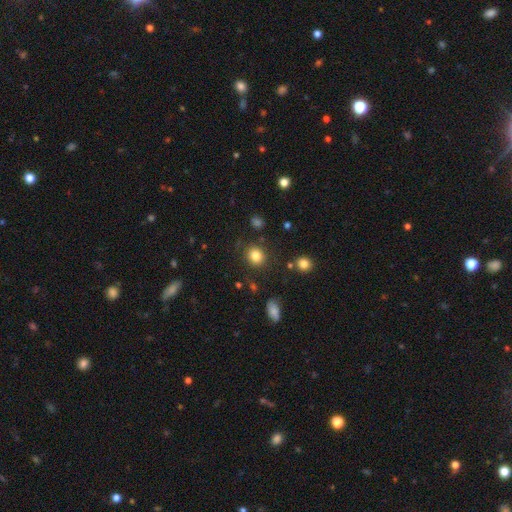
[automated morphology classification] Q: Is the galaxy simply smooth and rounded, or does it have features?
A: smooth — 83%.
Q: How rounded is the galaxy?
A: round — 76%.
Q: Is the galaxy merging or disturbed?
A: none — 84%.